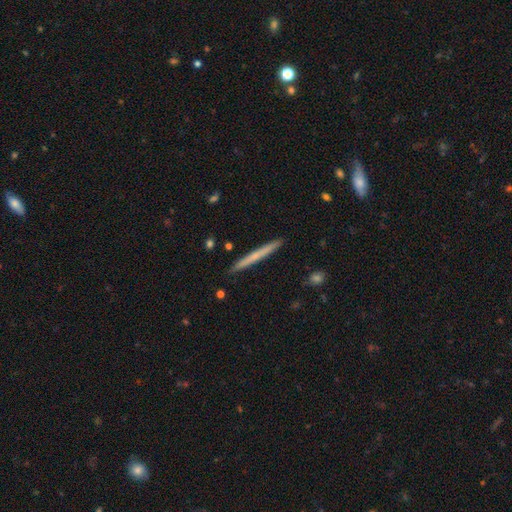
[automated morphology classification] Smooth or featured? smooth (55%)
How rounded? cigar-shaped (97%)
Merging? none (92%)